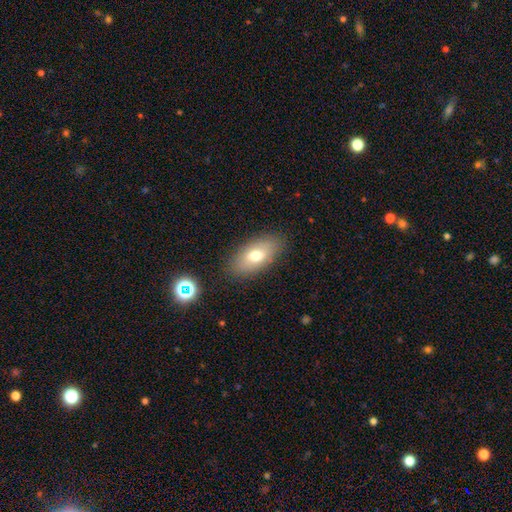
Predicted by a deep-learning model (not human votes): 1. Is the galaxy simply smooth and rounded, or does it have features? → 70% smooth, 21% featured or disk, 8% star or artifact.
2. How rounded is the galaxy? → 89% in between, 6% cigar-shaped, 4% round.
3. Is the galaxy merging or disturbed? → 85% none, 10% minor disturbance, 3% major disturbance, 1% merger.